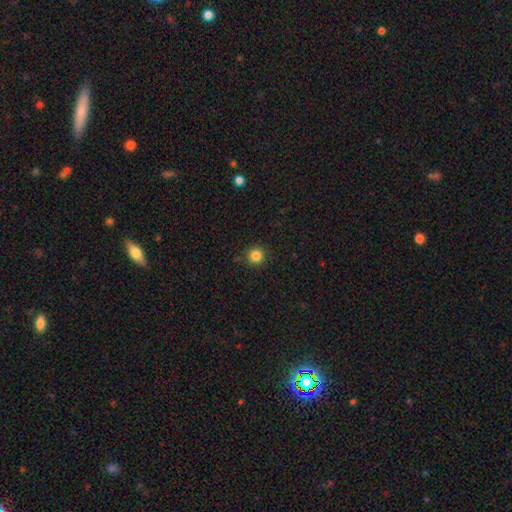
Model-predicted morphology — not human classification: type=smooth (84%); roundness=round (95%); merging=none (90%).